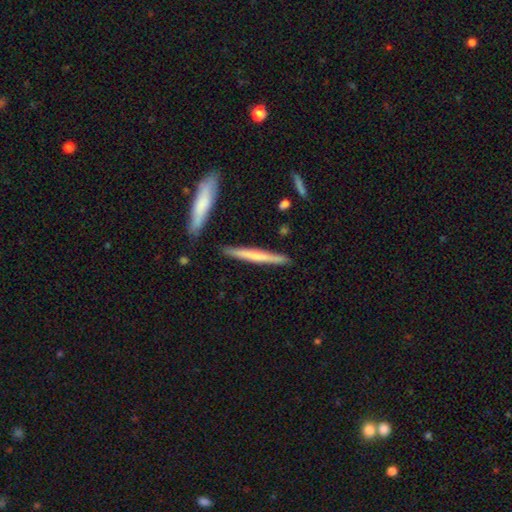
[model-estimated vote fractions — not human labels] Overall: smooth (54%; featured or disk 41%). How rounded: cigar-shaped (96%). Merging: none (88%).